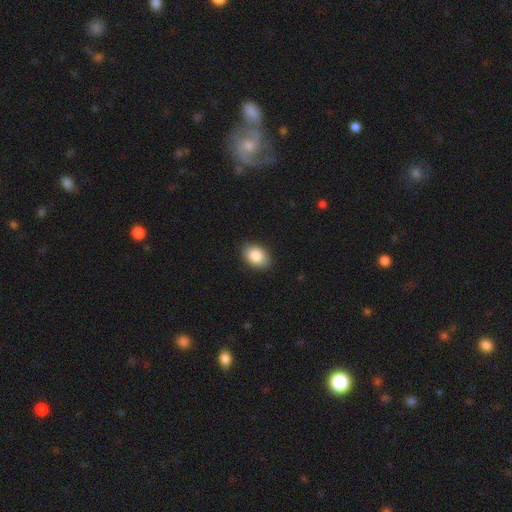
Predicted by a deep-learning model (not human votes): Smooth or featured: smooth — 87% (star or artifact — 7%)
How rounded: in between — 84% (round — 15%)
Merging: none — 89% (minor disturbance — 8%)